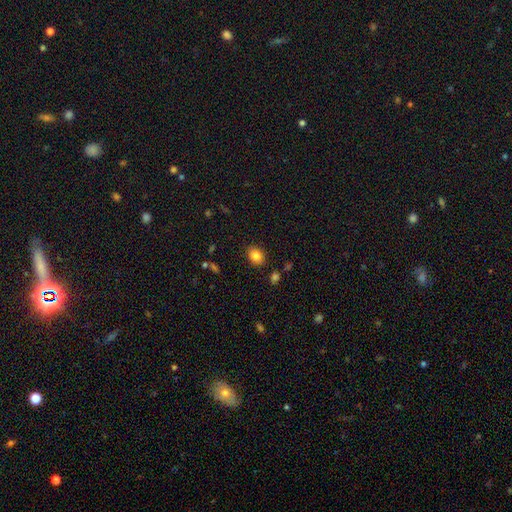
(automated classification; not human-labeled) A smooth galaxy with no disk features (85%) that is in between round and cigar-shaped (60%). Merging: none (86%).